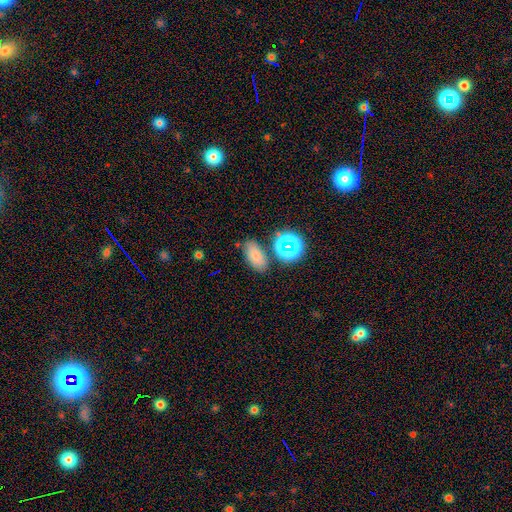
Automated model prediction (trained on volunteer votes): Smooth or featured?
  - smooth: 72% *
  - star or artifact: 17%
  - featured or disk: 10%
How rounded?
  - in between: 85% *
  - round: 11%
  - cigar-shaped: 4%
Merging?
  - none: 75% *
  - minor disturbance: 13%
  - merger: 8%
  - major disturbance: 4%